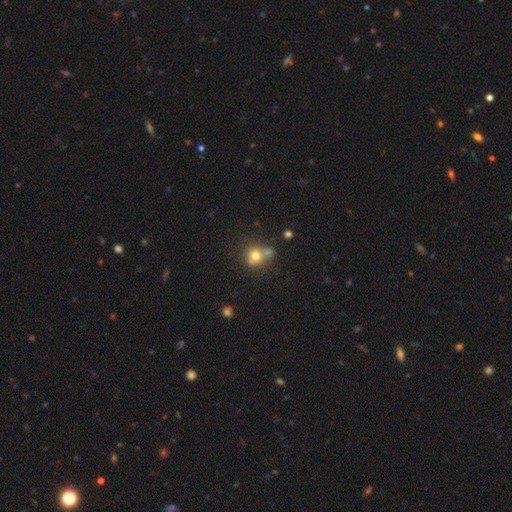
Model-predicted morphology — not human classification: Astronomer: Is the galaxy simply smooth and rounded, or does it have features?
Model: smooth — 74%.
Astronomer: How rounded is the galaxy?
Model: round — 79%.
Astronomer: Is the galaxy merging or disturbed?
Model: none — 48% (runner-up: merger, 31%).